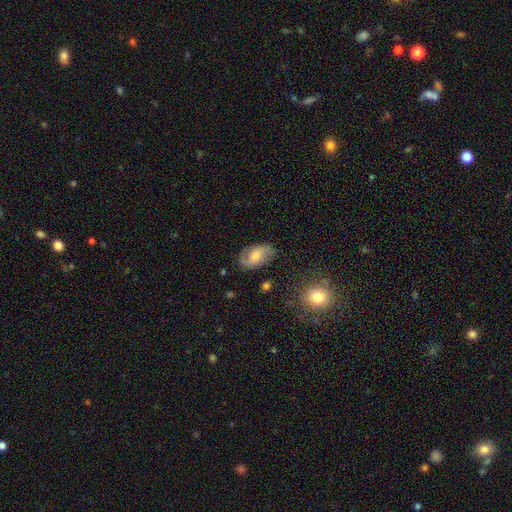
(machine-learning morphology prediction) Overall: featured or disk (58%; smooth 34%). Edge-on disk: no (96%). Bar: no (46%; weak 43%). Spiral arms: yes (87%). Bulge size: moderate (54%; small 36%). Merging: none (79%).